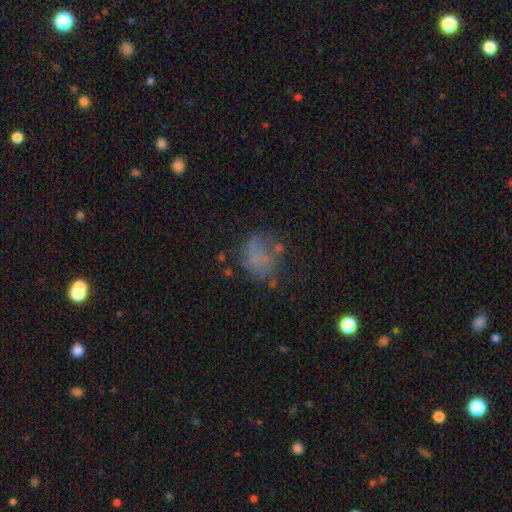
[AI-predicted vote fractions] Morphology: type=smooth (54%); roundness=in between (56%); merging=none (49%).